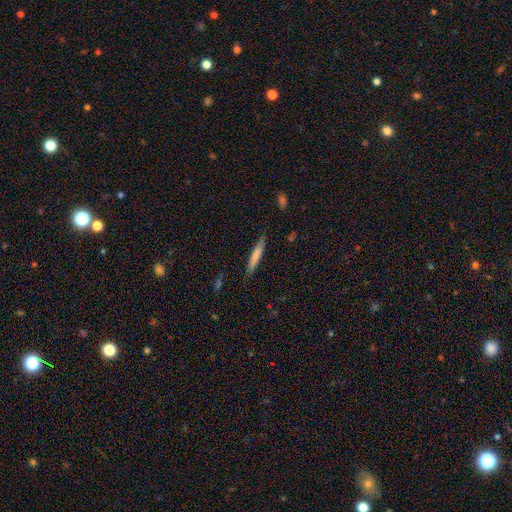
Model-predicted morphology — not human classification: Smooth or featured: smooth — 72% (featured or disk — 22%)
How rounded: cigar-shaped — 92% (in between — 7%)
Merging: none — 84% (minor disturbance — 13%)